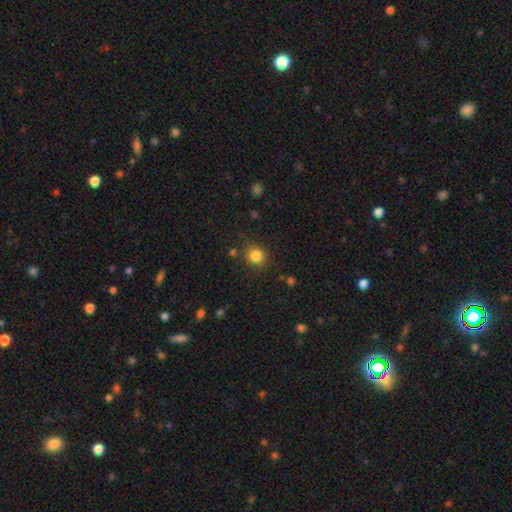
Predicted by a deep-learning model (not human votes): Smooth or featured?
  - smooth: 84% *
  - star or artifact: 12%
  - featured or disk: 5%
How rounded?
  - round: 85% *
  - in between: 14%
  - cigar-shaped: 1%
Merging?
  - none: 83% *
  - minor disturbance: 10%
  - major disturbance: 4%
  - merger: 3%